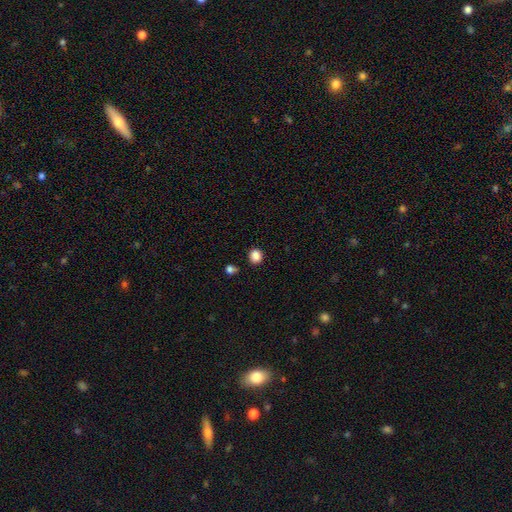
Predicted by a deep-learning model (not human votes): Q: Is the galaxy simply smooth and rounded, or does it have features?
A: smooth — 86%.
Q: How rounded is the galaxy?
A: round — 80%.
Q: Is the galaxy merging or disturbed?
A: none — 85%.